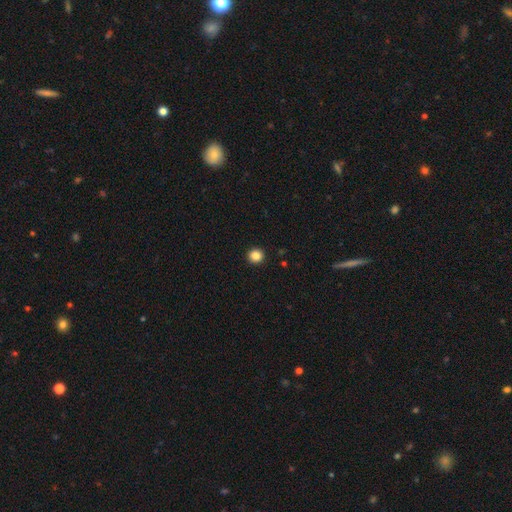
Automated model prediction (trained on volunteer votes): This appears to be a smooth galaxy with no disk features (86%) that is round (92%). Merging: none (94%).